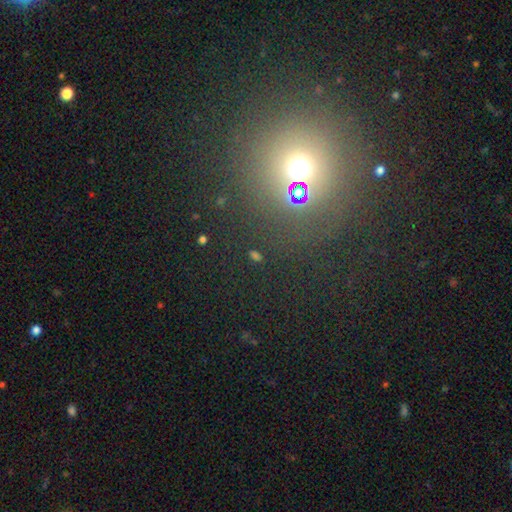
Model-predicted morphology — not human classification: type=star or artifact (60%).